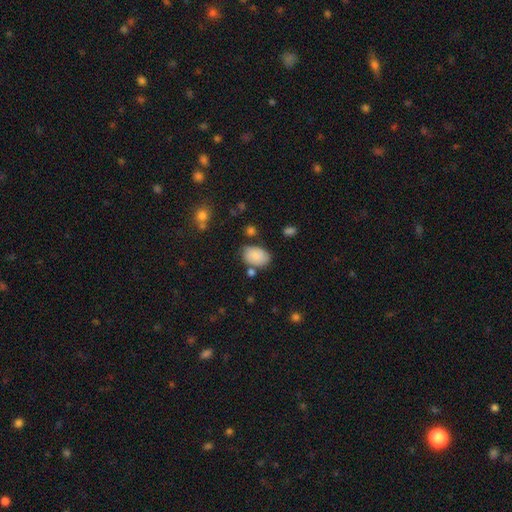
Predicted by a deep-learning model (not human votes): Overall: smooth (82%). How rounded: in between (85%). Merging: none (69%).